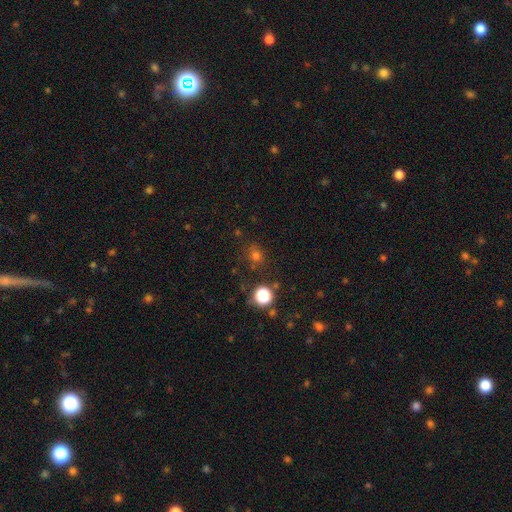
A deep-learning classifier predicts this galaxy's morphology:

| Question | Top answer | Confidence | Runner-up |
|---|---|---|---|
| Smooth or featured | smooth | 65% | star or artifact (29%) |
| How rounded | round | 80% | in between (19%) |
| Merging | none | 79% | minor disturbance (11%) |